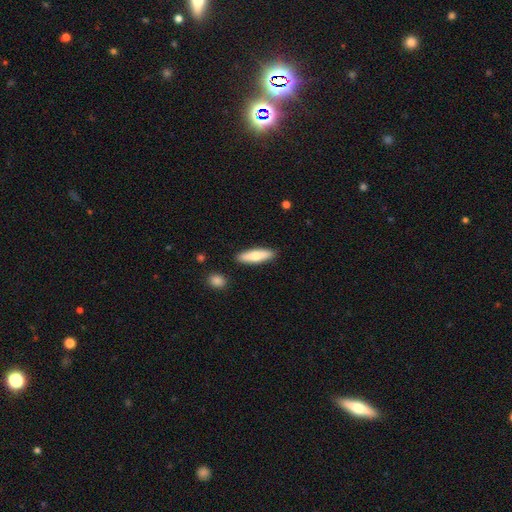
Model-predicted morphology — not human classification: This appears to be a smooth galaxy with no disk features (67%) that is cigar-shaped (61%). Merging: none (88%).